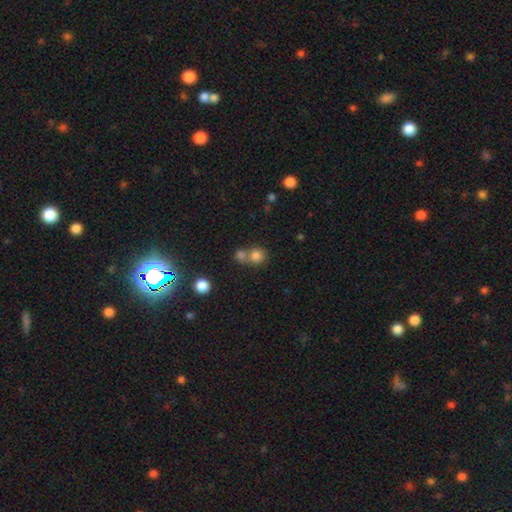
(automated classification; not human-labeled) Overall: smooth (79%). How rounded: round (86%). Merging: none (46%; merger 44%).